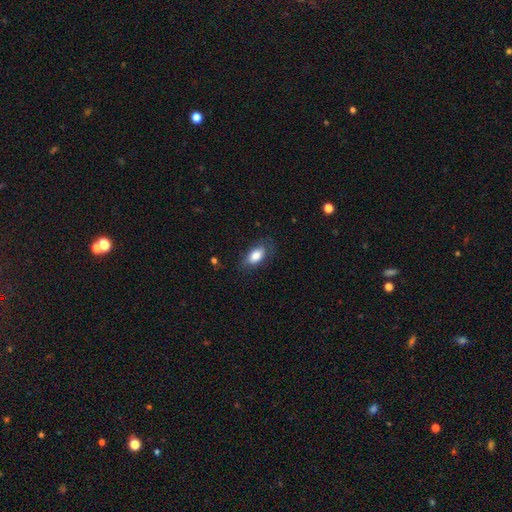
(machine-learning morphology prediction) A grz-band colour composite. It shows a smooth galaxy with no disk features (80%) that is in between round and cigar-shaped (90%). Merging: none (73%).